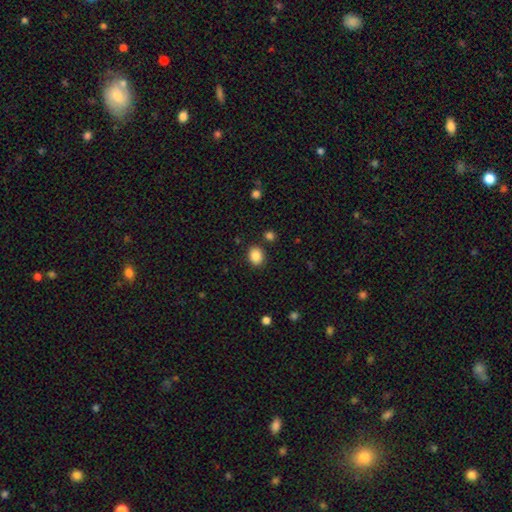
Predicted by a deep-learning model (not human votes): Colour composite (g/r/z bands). It shows a smooth galaxy with no disk features (87%) that is round (51%). Merging: none (85%).